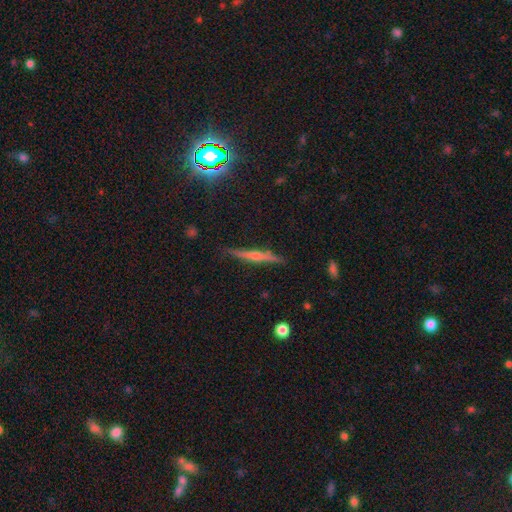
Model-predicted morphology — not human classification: Smooth or featured? Predicted: featured or disk (p=0.64). Edge-on disk? Predicted: yes (p=0.96). Edge-on bulge? Predicted: rounded (p=0.82). Merging? Predicted: none (p=0.87).